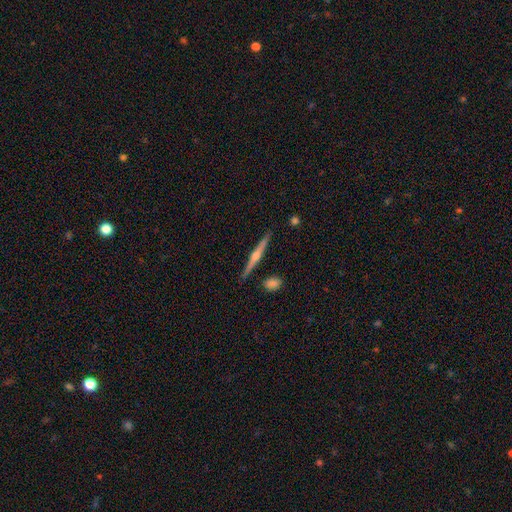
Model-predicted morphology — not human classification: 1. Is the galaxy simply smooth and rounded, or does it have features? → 72% featured or disk, 22% smooth, 6% star or artifact.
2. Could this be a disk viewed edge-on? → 98% yes, 2% no.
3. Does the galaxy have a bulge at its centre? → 88% rounded, 8% none, 4% boxy.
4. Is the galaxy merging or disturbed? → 88% none, 8% minor disturbance, 3% merger, 2% major disturbance.